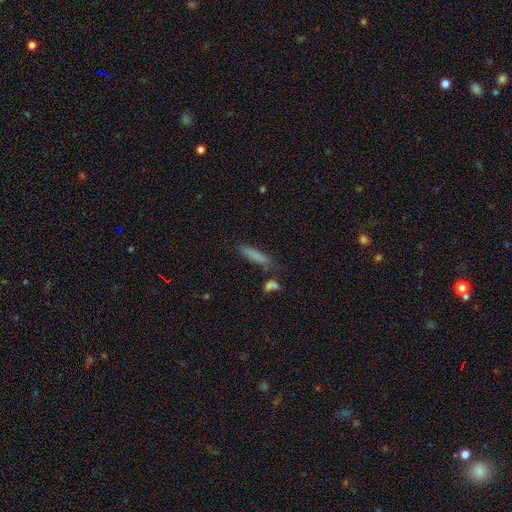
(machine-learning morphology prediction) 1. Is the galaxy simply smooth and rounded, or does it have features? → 78% smooth, 13% featured or disk, 9% star or artifact.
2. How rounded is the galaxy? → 85% cigar-shaped, 13% in between, 2% round.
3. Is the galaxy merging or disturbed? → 72% none, 14% minor disturbance, 9% merger, 4% major disturbance.